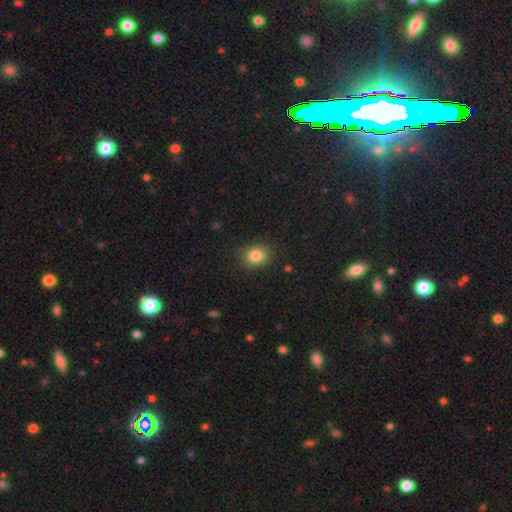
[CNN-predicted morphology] smooth-or-featured: smooth: 84% | star or artifact: 10% | featured or disk: 6%
  how-rounded: round: 58% | in between: 41% | cigar-shaped: 1%
  merging: none: 85% | minor disturbance: 11% | major disturbance: 3% | merger: 1%